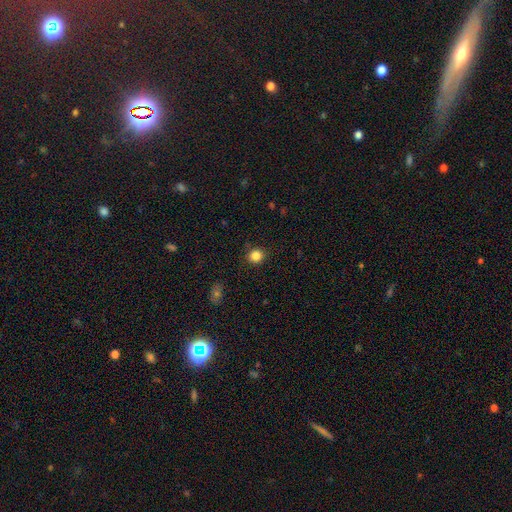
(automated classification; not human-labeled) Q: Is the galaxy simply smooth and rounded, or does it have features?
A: smooth — 84%.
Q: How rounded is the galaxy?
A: round — 89%.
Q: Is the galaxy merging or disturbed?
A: none — 89%.